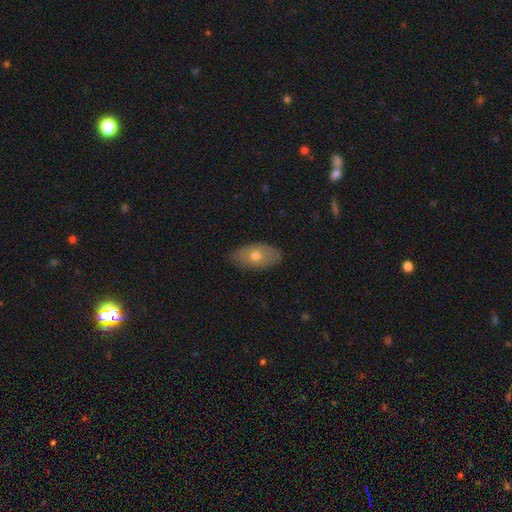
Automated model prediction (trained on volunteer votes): smooth 61%, featured or disk 32%, star or artifact 7%. Down the decision tree: how rounded — in between (91%); merging — none (82%).